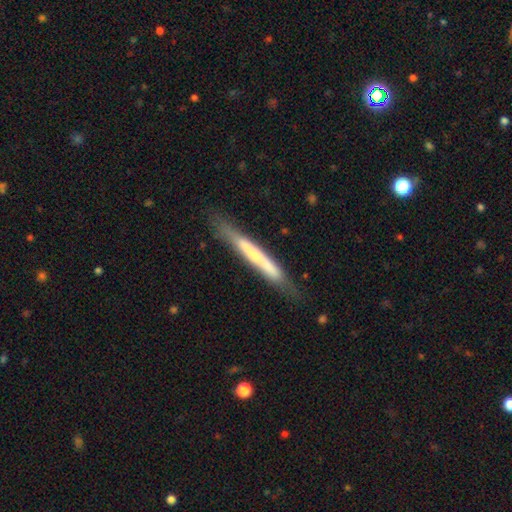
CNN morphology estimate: Smooth or featured? Predicted: smooth (p=0.49). Merging? Predicted: none (p=0.78).